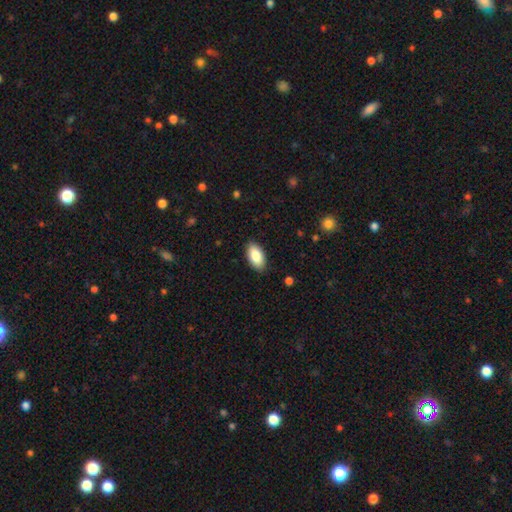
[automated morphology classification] The model was most divided on "merging": none: 88%, minor disturbance: 9%, major disturbance: 2%, merger: 1%. More confident: how rounded — in between (95%); smooth or featured — smooth (87%).